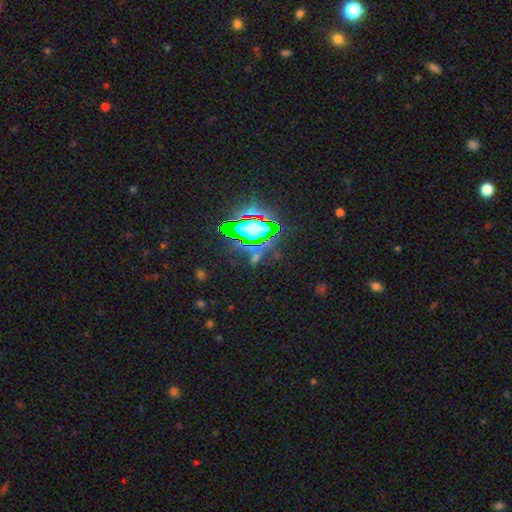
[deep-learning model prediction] smooth_or_featured: star or artifact (p=0.70) [alt: smooth p=0.19]